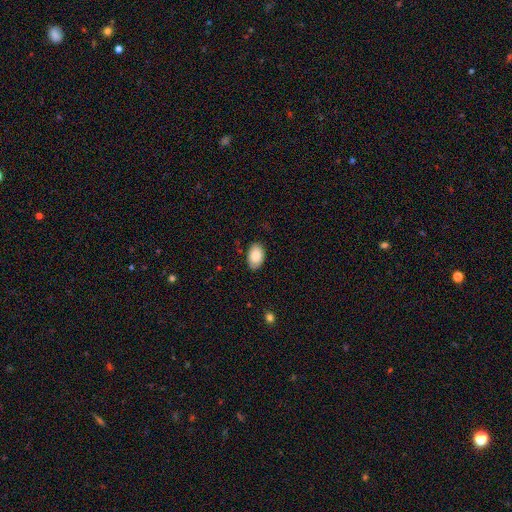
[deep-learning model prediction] Smooth or featured: smooth — 87% (featured or disk — 7%)
How rounded: in between — 92% (round — 7%)
Merging: none — 86% (minor disturbance — 11%)